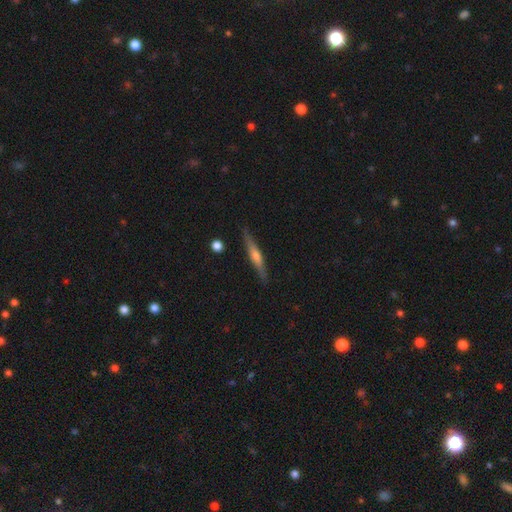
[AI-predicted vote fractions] This is possibly a featured or disk galaxy (59%). It is clearly viewed edge-on (96%). Edge-on bulge: likely rounded (75%). Merging: clearly none (87%).